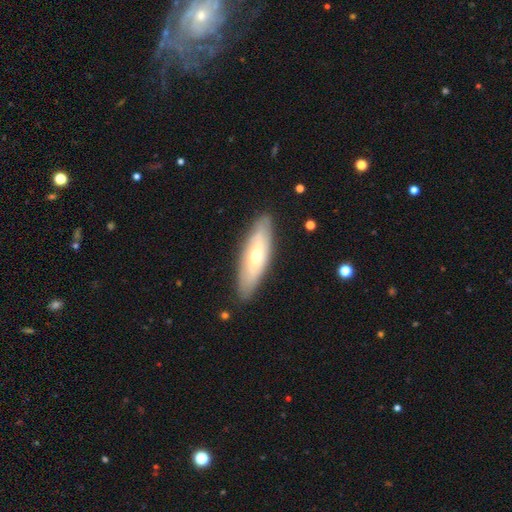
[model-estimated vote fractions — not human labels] This is possibly a featured or disk galaxy (50%). Merging: clearly none (84%).